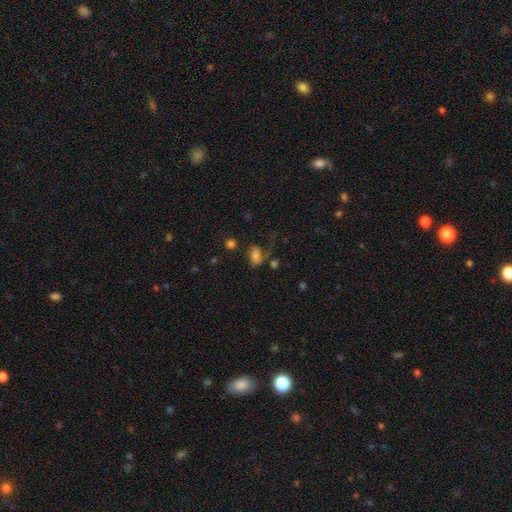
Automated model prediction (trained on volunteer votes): smooth 69%, featured or disk 18%, star or artifact 13%. Down the decision tree: how rounded — in between (82%); merging — none (45%).